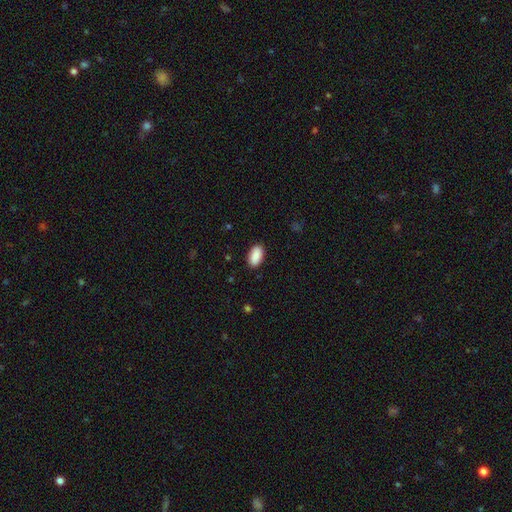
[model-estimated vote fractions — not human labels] smooth_or_featured: smooth (p=0.90) [alt: star or artifact p=0.06]
how_rounded: in between (p=0.94) [alt: round p=0.03]
merging: none (p=0.89) [alt: minor disturbance p=0.08]